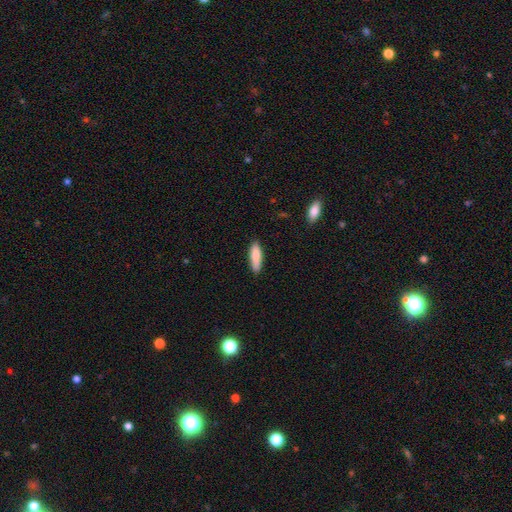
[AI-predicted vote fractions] A smooth galaxy with no disk features (85%) that is cigar-shaped (63%). Merging: none (87%).